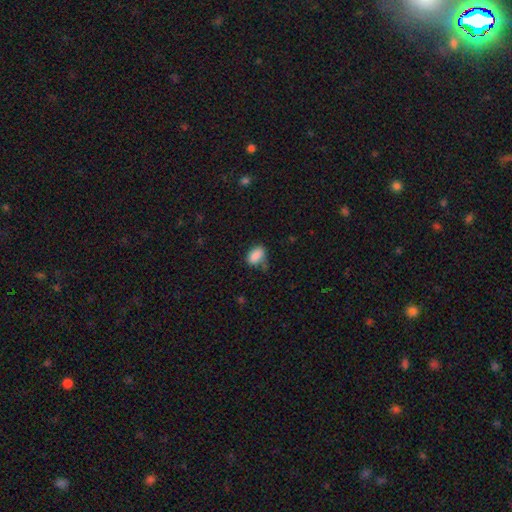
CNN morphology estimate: smooth-or-featured: smooth: 87% | star or artifact: 8% | featured or disk: 5%
  how-rounded: in between: 88% | round: 10% | cigar-shaped: 2%
  merging: none: 62% | minor disturbance: 26% | major disturbance: 7% | merger: 5%